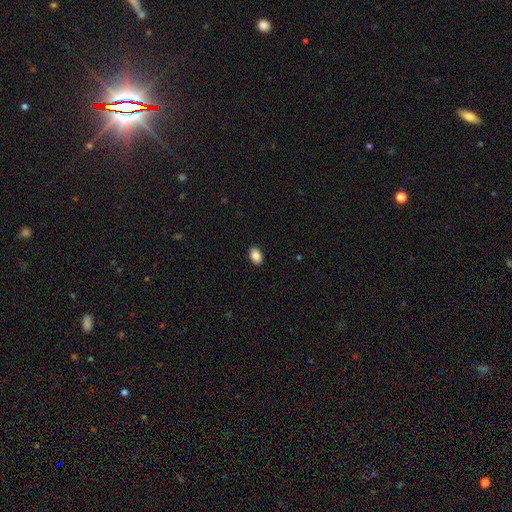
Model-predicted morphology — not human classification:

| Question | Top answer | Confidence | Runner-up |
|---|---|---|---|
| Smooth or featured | smooth | 88% | star or artifact (8%) |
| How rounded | in between | 86% | round (13%) |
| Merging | none | 90% | minor disturbance (7%) |